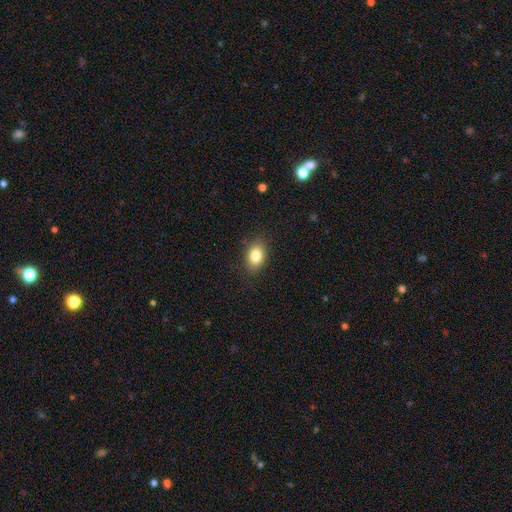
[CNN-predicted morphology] smooth 83%, star or artifact 9%, featured or disk 8%. Down the decision tree: how rounded — in between (81%); merging — none (86%).